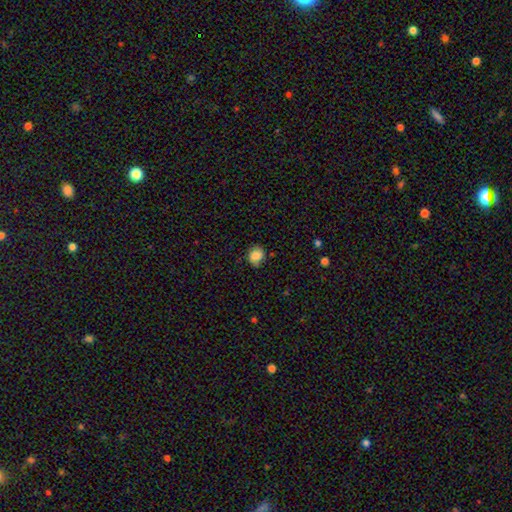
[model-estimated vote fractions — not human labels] This appears to be a smooth galaxy with no disk features (81%) that is round (69%). Merging: none (75%).